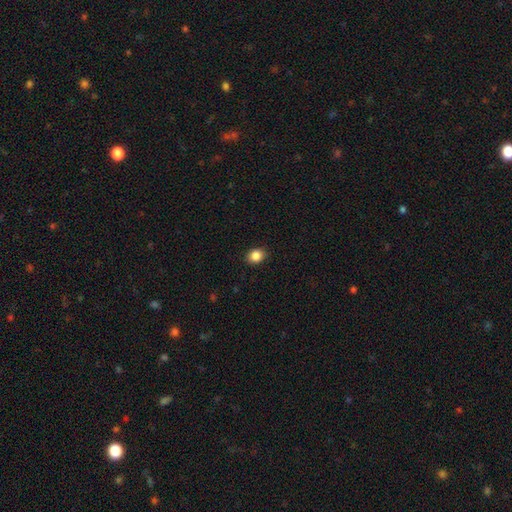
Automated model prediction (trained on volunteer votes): smooth-or-featured: smooth: 86% | star or artifact: 10% | featured or disk: 4%
  how-rounded: round: 57% | in between: 42% | cigar-shaped: 1%
  merging: none: 89% | minor disturbance: 8% | major disturbance: 2% | merger: 1%